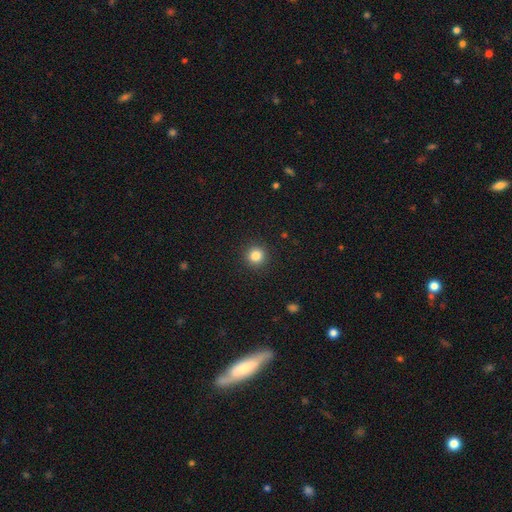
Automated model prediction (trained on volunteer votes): This appears to be a smooth galaxy with no disk features (84%) that is round (94%). Merging: none (92%).